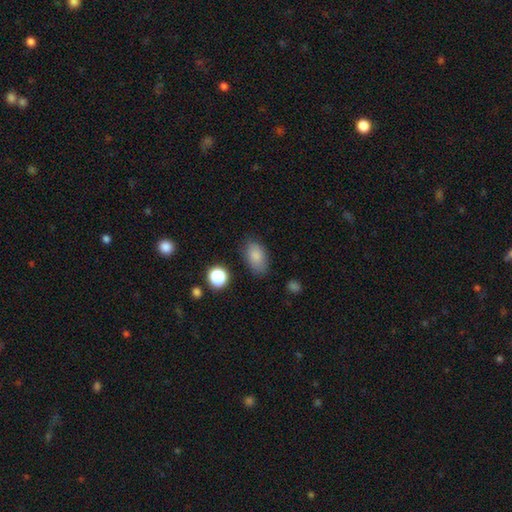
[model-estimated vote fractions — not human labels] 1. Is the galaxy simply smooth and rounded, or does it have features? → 83% smooth, 9% star or artifact, 7% featured or disk.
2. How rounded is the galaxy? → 89% in between, 9% round, 2% cigar-shaped.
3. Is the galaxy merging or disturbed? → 76% none, 17% minor disturbance, 5% major disturbance, 2% merger.